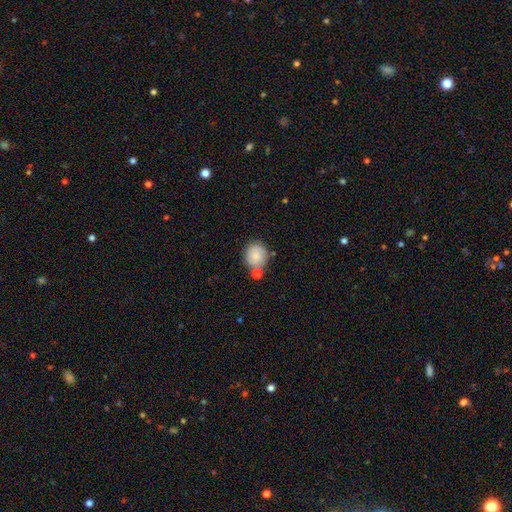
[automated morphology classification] A smooth galaxy with no disk features (81%) that is round (79%).

Vote fractions:
- Smooth or featured? smooth: 81% / featured or disk: 11% / star or artifact: 8%
- How rounded? round: 79% / in between: 20% / cigar-shaped: 1%
- Merging? none: 63% / merger: 19% / minor disturbance: 14% / major disturbance: 4%